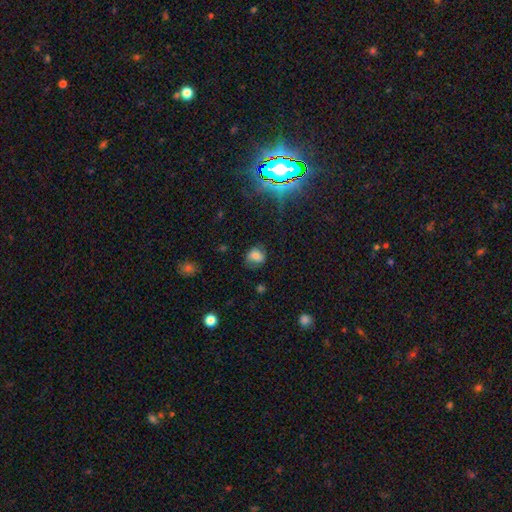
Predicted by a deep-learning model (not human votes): Smooth or featured: smooth — 67% (featured or disk — 17%)
How rounded: round — 65% (in between — 34%)
Merging: none — 68% (minor disturbance — 22%)